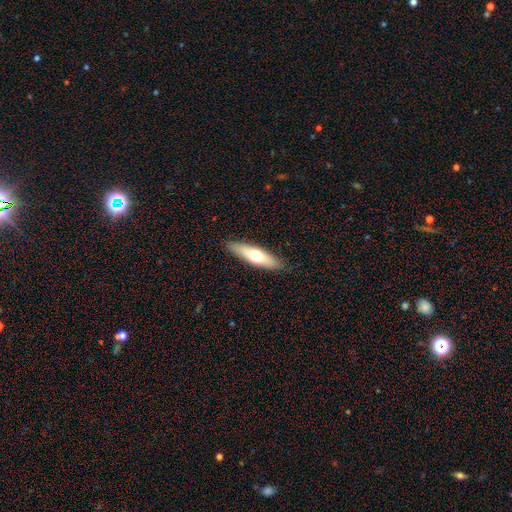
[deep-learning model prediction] smooth 59%, featured or disk 35%, star or artifact 6%. Down the decision tree: how rounded — cigar-shaped (66%); merging — none (88%).